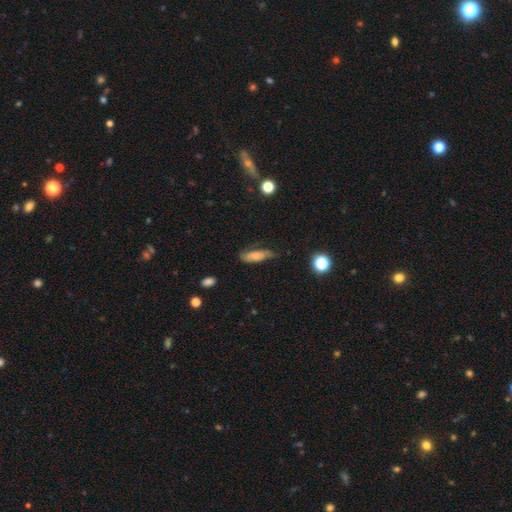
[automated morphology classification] Q: Smooth or featured?
A: smooth (58%); runner-up: featured or disk (34%)
Q: How rounded?
A: in between (60%); runner-up: cigar-shaped (37%)
Q: Merging?
A: none (53%); runner-up: minor disturbance (33%)